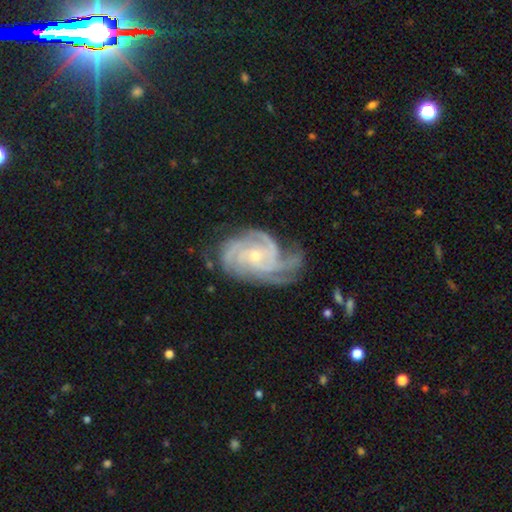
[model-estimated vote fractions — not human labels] Smooth or featured?
  - featured or disk: 90% *
  - star or artifact: 5%
  - smooth: 4%
Edge-on disk?
  - no: 98% *
  - yes: 2%
Bar?
  - no: 69% *
  - weak: 24%
  - strong: 7%
Spiral arms?
  - yes: 98% *
  - no: 2%
Spiral winding?
  - tight: 64% *
  - medium: 32%
  - loose: 5%
Spiral arm count?
  - 3: 35% *
  - 4: 32%
  - can't tell: 11%
  - 2: 9%
  - more than 4: 6%
  - 1: 5%
Bulge size?
  - small: 66% *
  - moderate: 30%
  - none: 1%
  - large: 1%
  - dominant: 1%
Merging?
  - none: 62% *
  - minor disturbance: 25%
  - major disturbance: 12%
  - merger: 2%